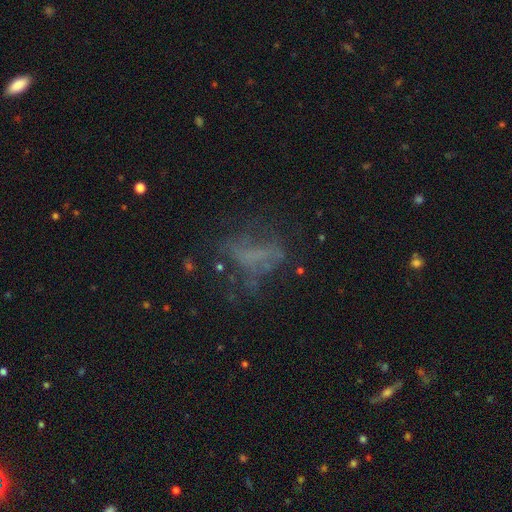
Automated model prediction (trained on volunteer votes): featured or disk 41%, smooth 32%, star or artifact 27%. Down the decision tree: merging — none (45%).